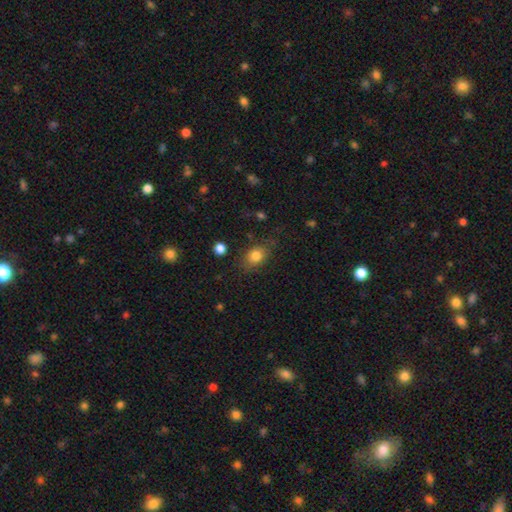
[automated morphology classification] Smooth or featured: smooth — 81% (star or artifact — 10%)
How rounded: in between — 64% (round — 34%)
Merging: none — 71% (minor disturbance — 19%)